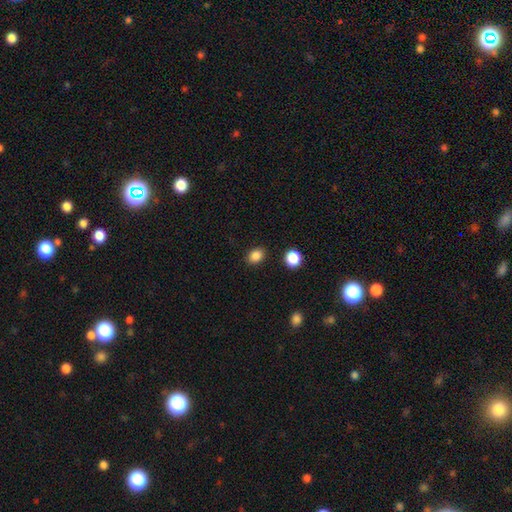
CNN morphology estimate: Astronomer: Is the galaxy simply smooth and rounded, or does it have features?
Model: smooth — 85%.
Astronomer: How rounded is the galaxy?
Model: in between — 57% (runner-up: round, 42%).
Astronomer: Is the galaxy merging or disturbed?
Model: none — 87%.